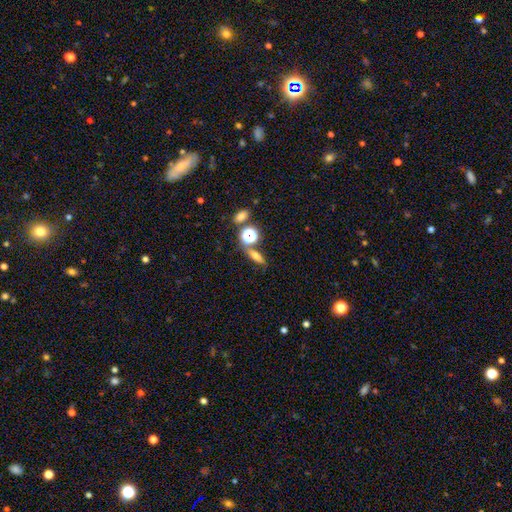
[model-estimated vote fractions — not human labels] Smooth or featured: smooth — 53% (featured or disk — 26%)
How rounded: in between — 48% (cigar-shaped — 34%)
Merging: none — 68% (merger — 14%)